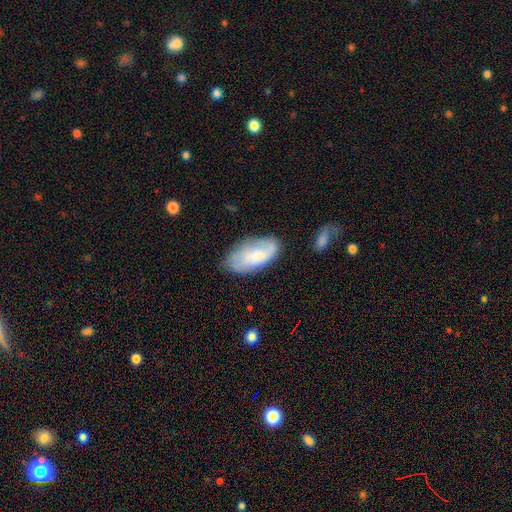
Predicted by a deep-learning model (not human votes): Morphology: type=smooth (59%); roundness=in between (93%); merging=none (66%).